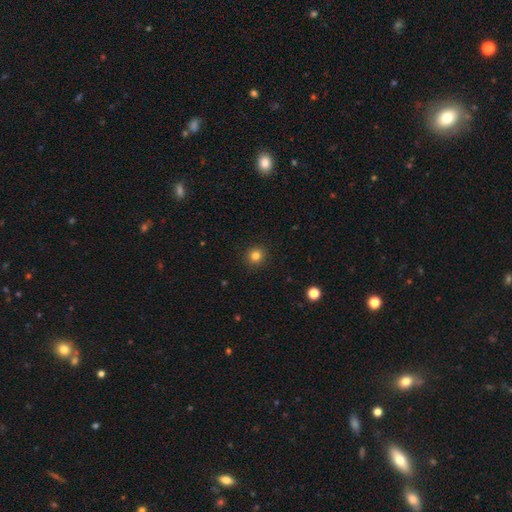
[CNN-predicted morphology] smooth_or_featured: smooth (p=0.82) [alt: star or artifact p=0.13]
how_rounded: round (p=0.93) [alt: in between p=0.06]
merging: none (p=0.92) [alt: minor disturbance p=0.05]